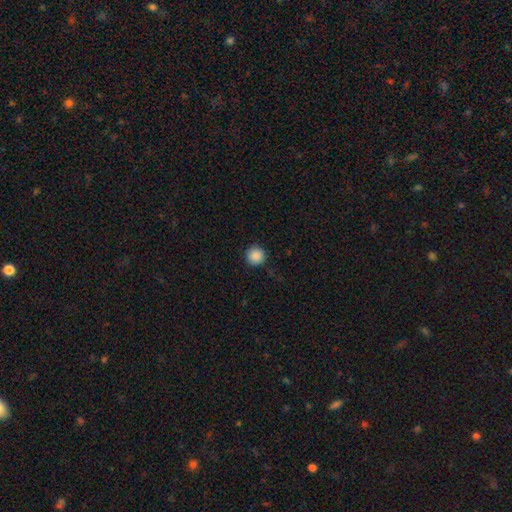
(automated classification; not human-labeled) Smooth or featured: smooth — 88% (star or artifact — 9%)
How rounded: round — 95% (in between — 4%)
Merging: none — 91% (minor disturbance — 6%)